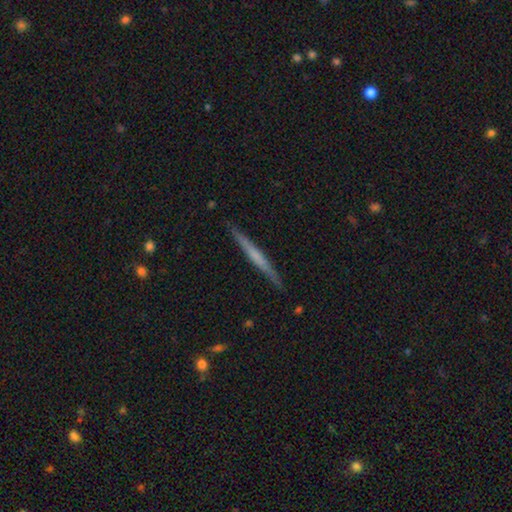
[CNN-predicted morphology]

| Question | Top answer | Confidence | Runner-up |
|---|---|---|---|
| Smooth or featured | featured or disk | 56% | smooth (38%) |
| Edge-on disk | yes | 98% | no (2%) |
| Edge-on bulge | none | 69% | rounded (20%) |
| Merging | none | 90% | minor disturbance (7%) |